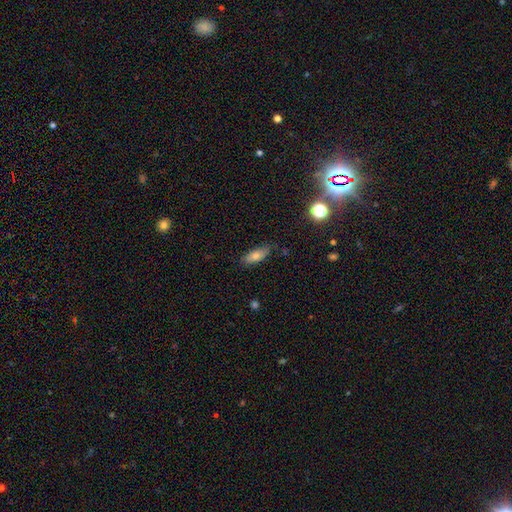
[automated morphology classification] Q: Smooth or featured?
A: smooth (72%); runner-up: featured or disk (18%)
Q: How rounded?
A: in between (68%); runner-up: cigar-shaped (29%)
Q: Merging?
A: none (80%); runner-up: minor disturbance (16%)